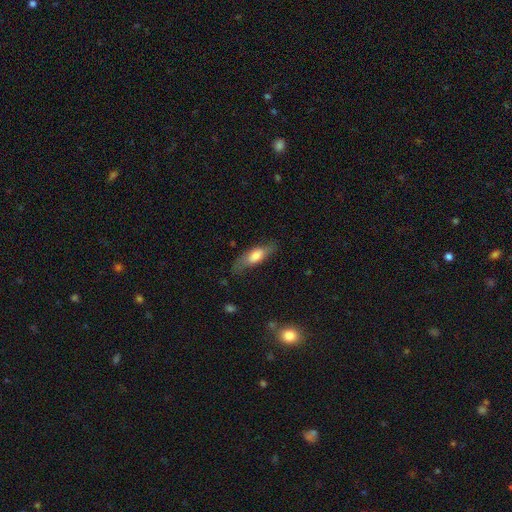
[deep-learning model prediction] A smooth galaxy with no disk features (59%) that is in between round and cigar-shaped (61%).

Vote fractions:
- Smooth or featured? smooth: 59% / featured or disk: 34% / star or artifact: 7%
- How rounded? in between: 61% / cigar-shaped: 36% / round: 3%
- Merging? none: 68% / minor disturbance: 22% / major disturbance: 8% / merger: 2%